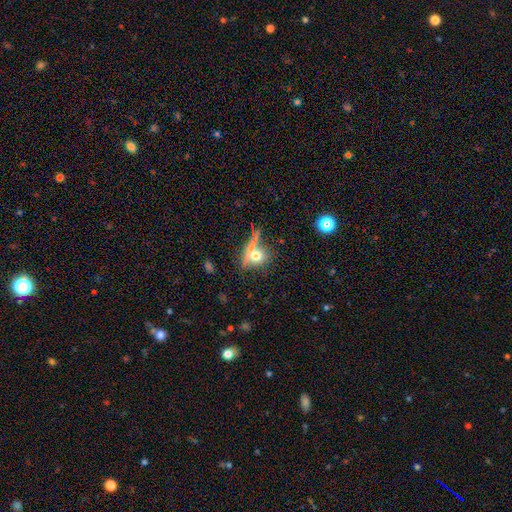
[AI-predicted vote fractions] Smooth or featured? Predicted: smooth (p=0.66). How rounded? Predicted: round (p=0.66). Merging? Predicted: none (p=0.47).